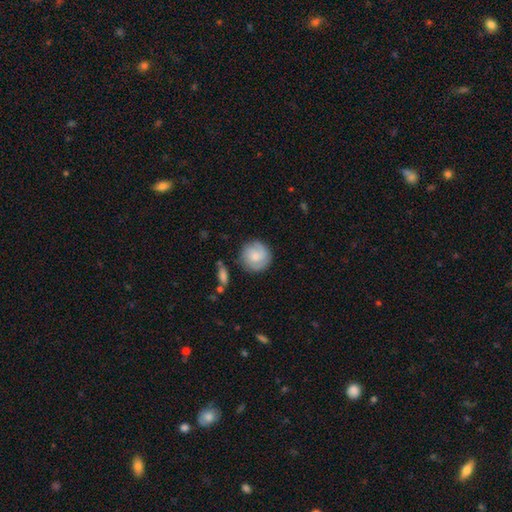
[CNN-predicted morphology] Smooth or featured?
  - smooth: 58% *
  - featured or disk: 35%
  - star or artifact: 7%
How rounded?
  - round: 94% *
  - in between: 5%
  - cigar-shaped: 1%
Merging?
  - none: 80% *
  - minor disturbance: 14%
  - major disturbance: 4%
  - merger: 3%